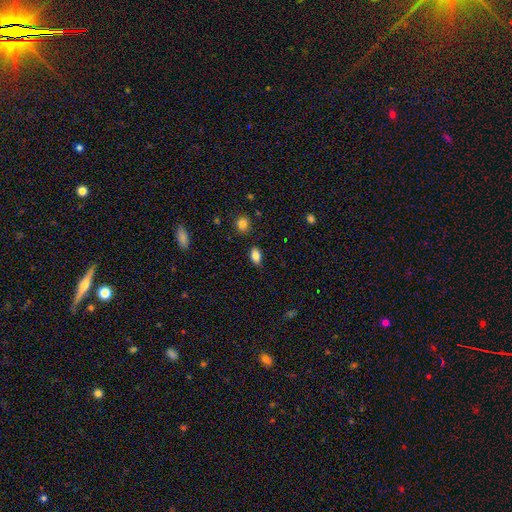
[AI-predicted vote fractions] The model was most divided on "merging": none: 83%, minor disturbance: 12%, major disturbance: 3%, merger: 2%. More confident: how rounded — in between (86%); smooth or featured — smooth (84%).